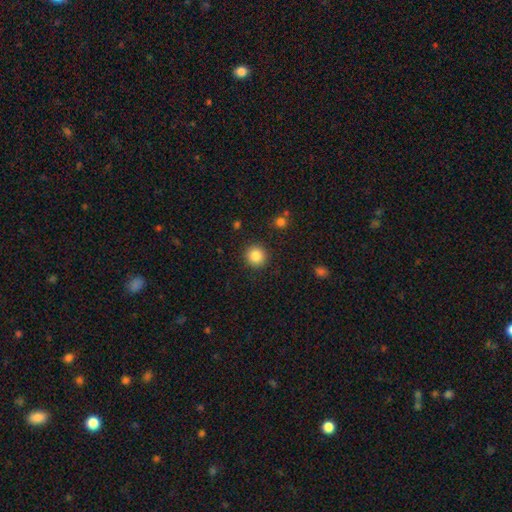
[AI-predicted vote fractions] Q: Smooth or featured?
A: smooth (85%); runner-up: star or artifact (10%)
Q: How rounded?
A: round (93%); runner-up: in between (6%)
Q: Merging?
A: none (91%); runner-up: minor disturbance (6%)